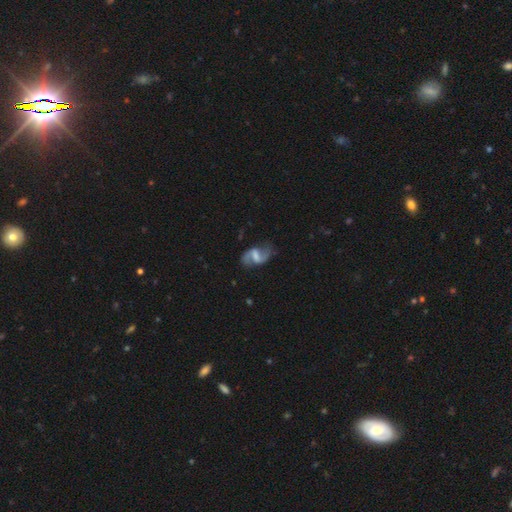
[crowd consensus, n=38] smooth_or_featured: featured or disk (p=0.82) [alt: smooth p=0.13]
disk_edge_on: no (p=0.97) [alt: yes p=0.03]
bar: strong (p=0.60) [alt: weak p=0.30]
has_spiral_arms: yes (p=1.00)
spiral_winding: loose (p=0.70) [alt: medium p=0.30]
spiral_arm_count: 2 (p=1.00)
bulge_size: moderate (p=0.37) [tied with: none p=0.37]
merging: none (p=0.83) [alt: minor disturbance p=0.11]